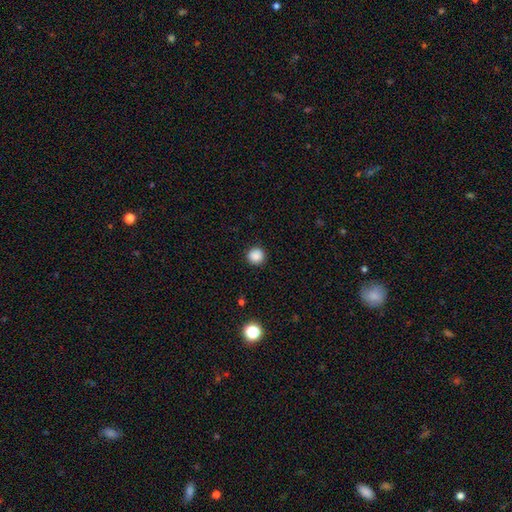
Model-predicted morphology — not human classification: smooth_or_featured: smooth (p=0.88) [alt: star or artifact p=0.10]
how_rounded: round (p=0.94) [alt: in between p=0.05]
merging: none (p=0.91) [alt: minor disturbance p=0.06]